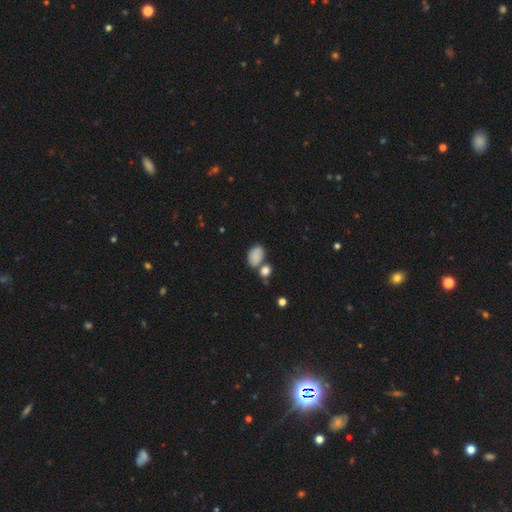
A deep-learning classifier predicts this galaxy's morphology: Smooth or featured?
  - smooth: 79% *
  - featured or disk: 11%
  - star or artifact: 9%
How rounded?
  - in between: 83% *
  - round: 16%
  - cigar-shaped: 1%
Merging?
  - none: 46% *
  - merger: 29%
  - minor disturbance: 19%
  - major disturbance: 7%